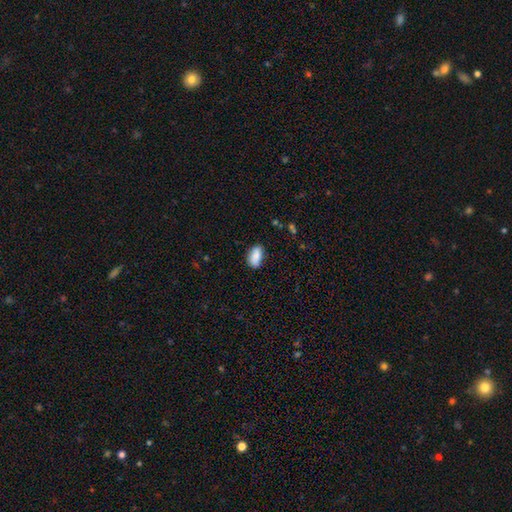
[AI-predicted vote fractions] The model was most divided on "merging": none: 79%, minor disturbance: 16%, major disturbance: 3%, merger: 2%. More confident: how rounded — in between (91%); smooth or featured — smooth (83%).